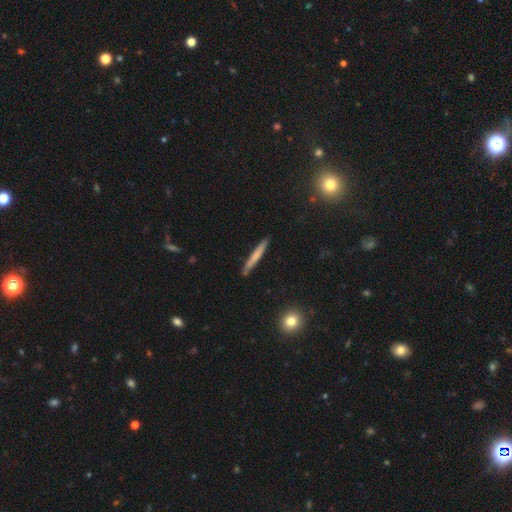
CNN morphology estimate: A smooth galaxy with no disk features (60%) that is cigar-shaped (96%). Merging: none (87%).